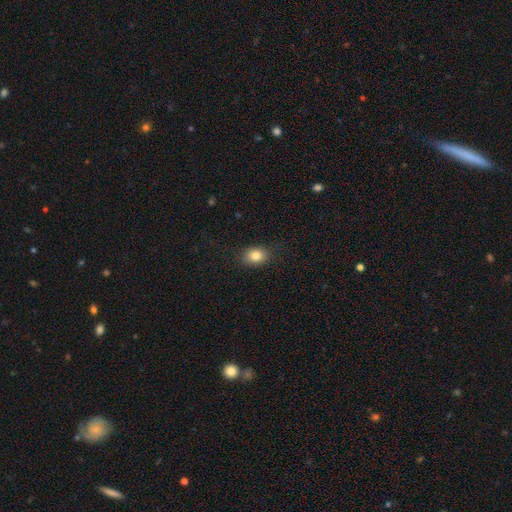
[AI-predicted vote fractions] Smooth or featured? smooth (82%)
How rounded? in between (65%)
Merging? none (85%)